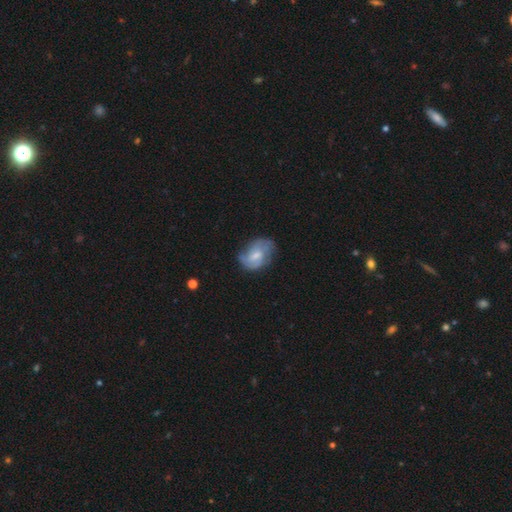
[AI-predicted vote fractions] Smooth or featured? Predicted: featured or disk (p=0.64). Edge-on disk? Predicted: no (p=0.97). Bar? Predicted: weak (p=0.50). Spiral arms? Predicted: yes (p=0.85). Spiral winding? Predicted: medium (p=0.43). Spiral arm count? Predicted: 2 (p=0.43). Bulge size? Predicted: small (p=0.43). Merging? Predicted: none (p=0.57).